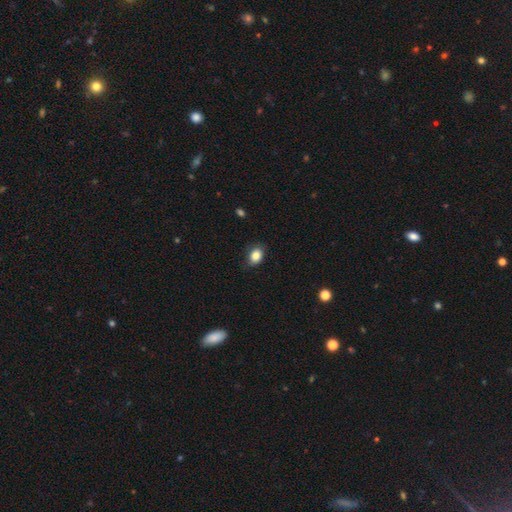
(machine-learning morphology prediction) Overall: smooth (86%). How rounded: in between (69%; round 30%). Merging: none (78%).